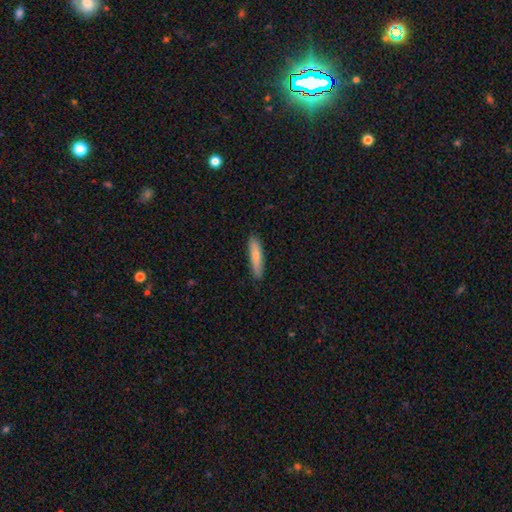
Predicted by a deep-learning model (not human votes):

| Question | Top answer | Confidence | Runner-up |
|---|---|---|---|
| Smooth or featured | smooth | 75% | featured or disk (20%) |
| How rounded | cigar-shaped | 80% | in between (19%) |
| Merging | none | 86% | minor disturbance (11%) |